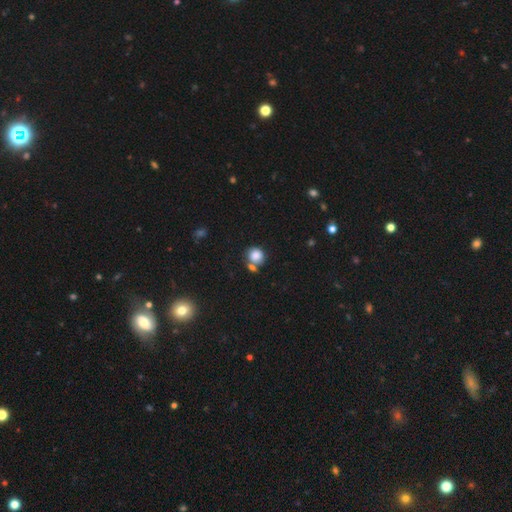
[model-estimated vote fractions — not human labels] Morphology: type=smooth (83%); roundness=round (82%); merging=none (55%).